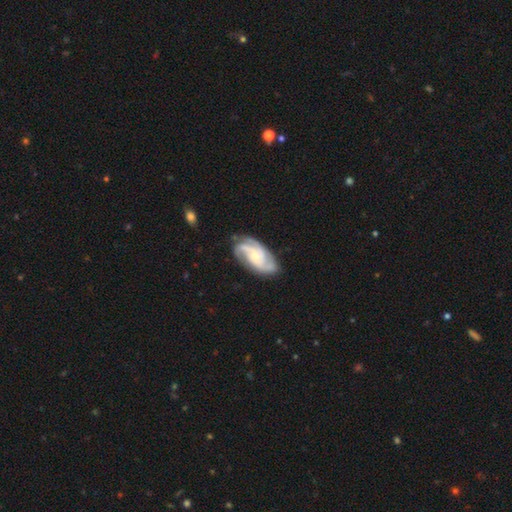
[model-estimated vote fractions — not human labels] featured or disk 86%, smooth 9%, star or artifact 4%. Down the decision tree: edge-on disk — no (97%); bar — no (64%); spiral arms — yes (97%); spiral arm count — 3 (55%); spiral winding — medium (46%); bulge size — small (59%); merging — none (73%).